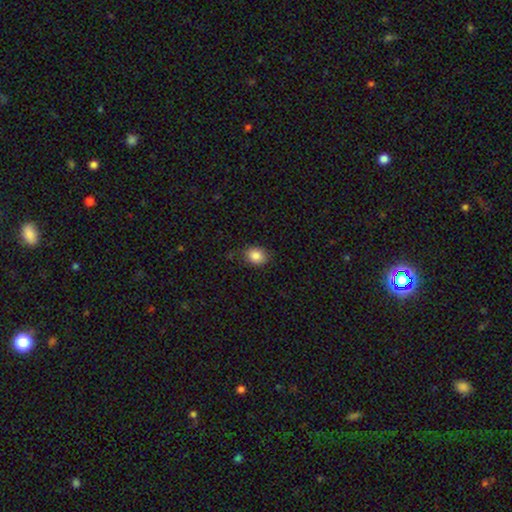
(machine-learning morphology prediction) Smooth or featured?
  - smooth: 85% *
  - star or artifact: 9%
  - featured or disk: 5%
How rounded?
  - round: 52% *
  - in between: 47%
  - cigar-shaped: 1%
Merging?
  - none: 81% *
  - minor disturbance: 15%
  - major disturbance: 3%
  - merger: 1%